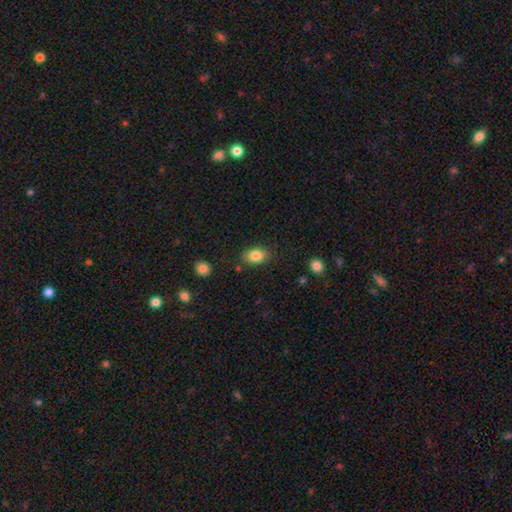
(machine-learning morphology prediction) Smooth or featured? smooth (84%)
How rounded? in between (81%)
Merging? none (80%)